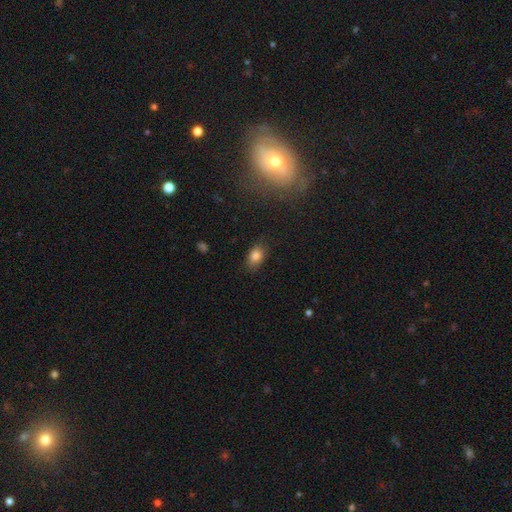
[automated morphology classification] smooth_or_featured: smooth (p=0.83) [alt: star or artifact p=0.10]
how_rounded: in between (p=0.77) [alt: round p=0.21]
merging: none (p=0.78) [alt: minor disturbance p=0.17]